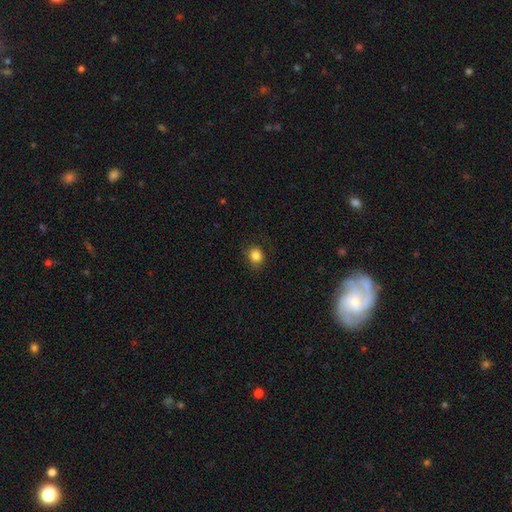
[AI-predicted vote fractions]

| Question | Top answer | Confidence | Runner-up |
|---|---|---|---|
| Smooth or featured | smooth | 84% | star or artifact (11%) |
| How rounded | round | 65% | in between (34%) |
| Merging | none | 79% | minor disturbance (16%) |